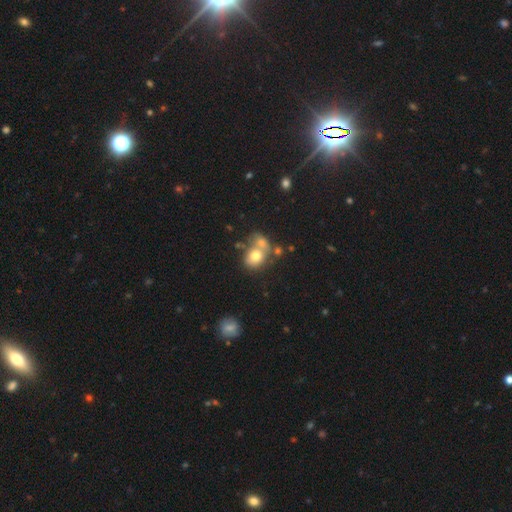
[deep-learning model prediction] Smooth or featured: smooth — 70% (featured or disk — 20%)
How rounded: round — 55% (in between — 44%)
Merging: merger — 50% (none — 32%)